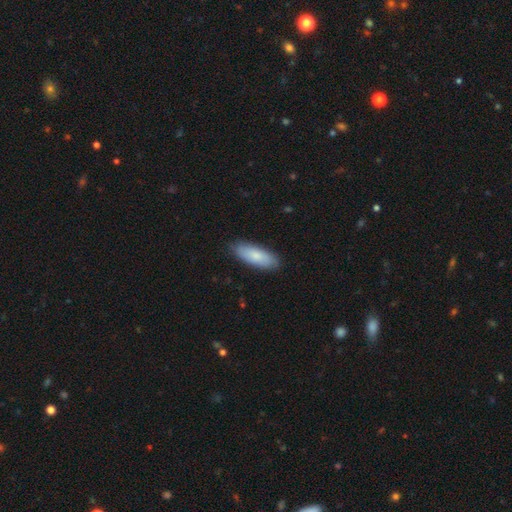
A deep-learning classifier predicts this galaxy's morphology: A smooth galaxy with no disk features (80%) that is in between round and cigar-shaped (69%). Merging: none (85%).